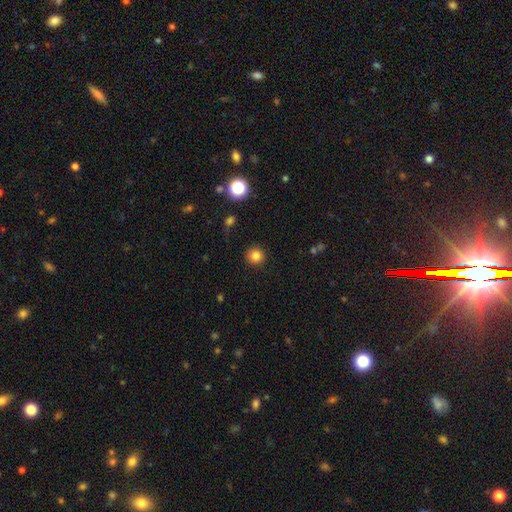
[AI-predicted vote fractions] This appears to be a smooth galaxy with no disk features (82%) that is round (94%). Merging: none (90%).